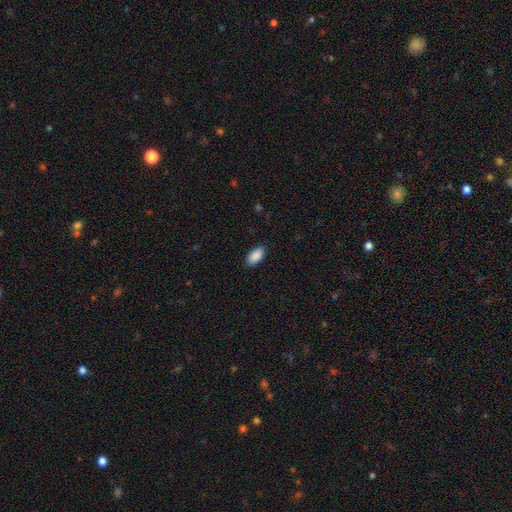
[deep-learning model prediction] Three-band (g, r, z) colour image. It shows a smooth galaxy with no disk features (90%) that is in between round and cigar-shaped (93%). Merging: none (85%).